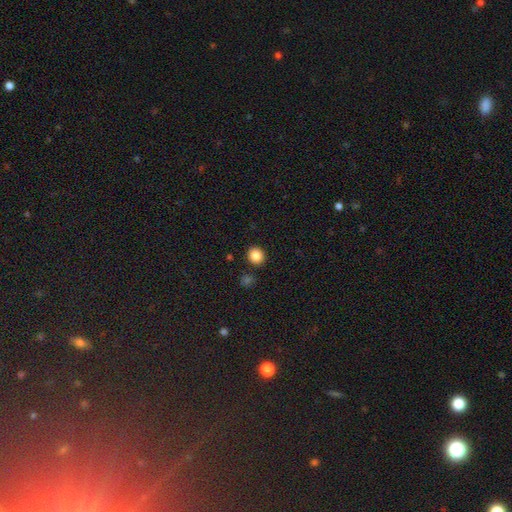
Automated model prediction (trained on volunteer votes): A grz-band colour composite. It shows a smooth galaxy with no disk features (86%) that is round (87%). Merging: none (90%).